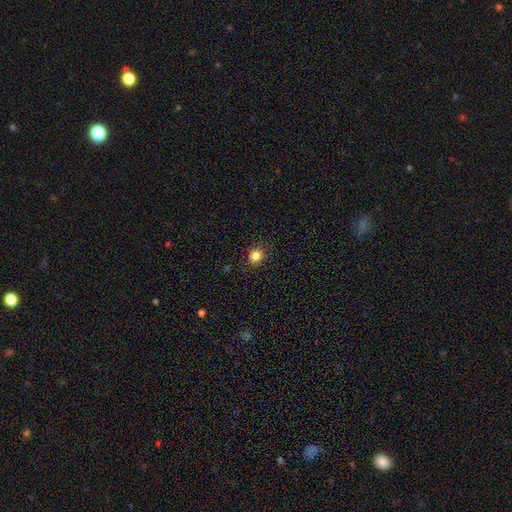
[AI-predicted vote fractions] Smooth or featured? Predicted: smooth (p=0.83). How rounded? Predicted: round (p=0.91). Merging? Predicted: none (p=0.91).